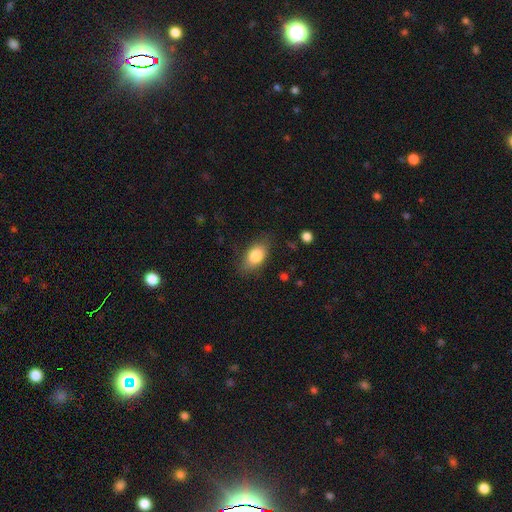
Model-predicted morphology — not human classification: A smooth galaxy with no disk features (83%) that is in between round and cigar-shaped (88%).

Vote fractions:
- Smooth or featured? smooth: 83% / featured or disk: 10% / star or artifact: 7%
- How rounded? in between: 88% / round: 9% / cigar-shaped: 3%
- Merging? none: 76% / minor disturbance: 17% / major disturbance: 5% / merger: 1%